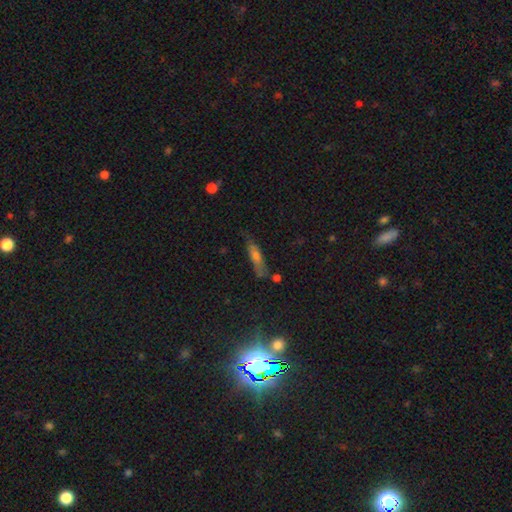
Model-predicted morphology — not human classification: A smooth galaxy with no disk features (50%) that is cigar-shaped (76%). Merging: none (68%).